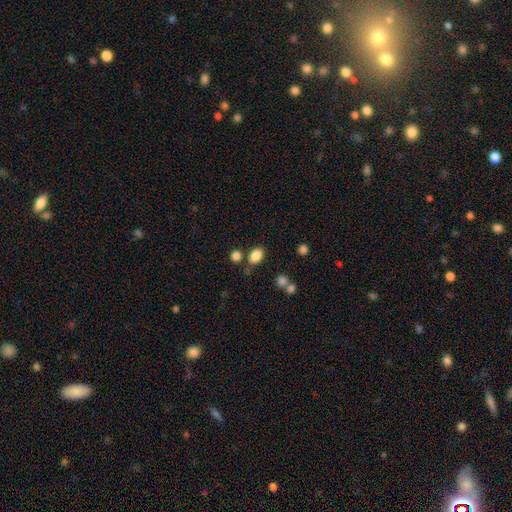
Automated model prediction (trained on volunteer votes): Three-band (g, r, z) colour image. It shows a smooth galaxy with no disk features (85%) that is in between round and cigar-shaped (77%). Merging: none (74%).